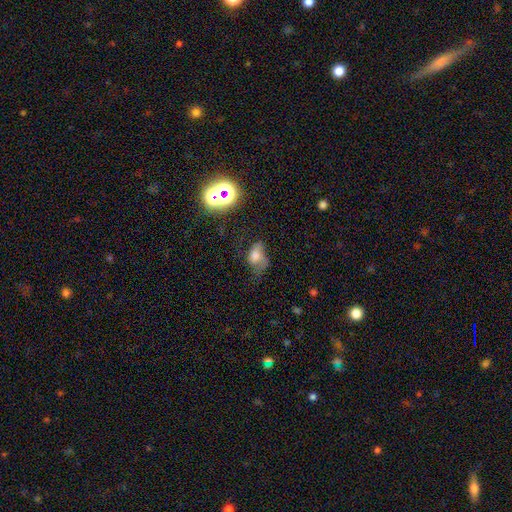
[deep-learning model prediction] Smooth or featured? smooth (54%)
How rounded? in between (78%)
Merging? major disturbance (40%)